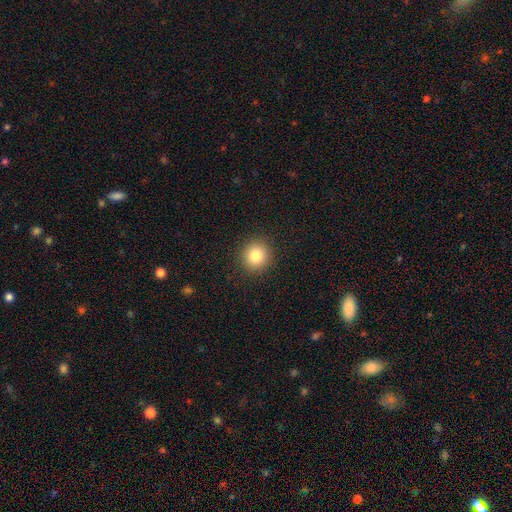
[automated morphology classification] A smooth galaxy with no disk features (82%) that is round (91%).

Vote fractions:
- Smooth or featured? smooth: 82% / star or artifact: 11% / featured or disk: 7%
- How rounded? round: 91% / in between: 8% / cigar-shaped: 1%
- Merging? none: 92% / minor disturbance: 5% / major disturbance: 2% / merger: 1%